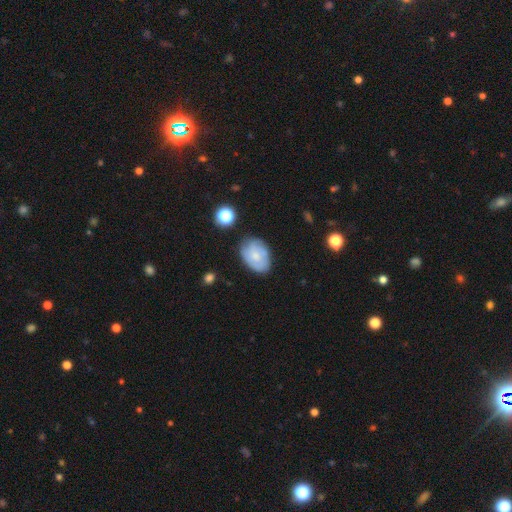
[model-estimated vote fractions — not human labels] smooth 58%, featured or disk 33%, star or artifact 8%. Down the decision tree: how rounded — in between (81%); merging — none (70%).